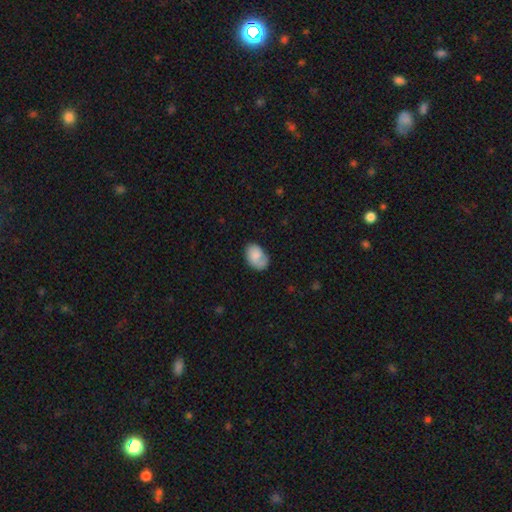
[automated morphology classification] Overall: smooth (76%). How rounded: in between (86%). Merging: none (62%; minor disturbance 27%).